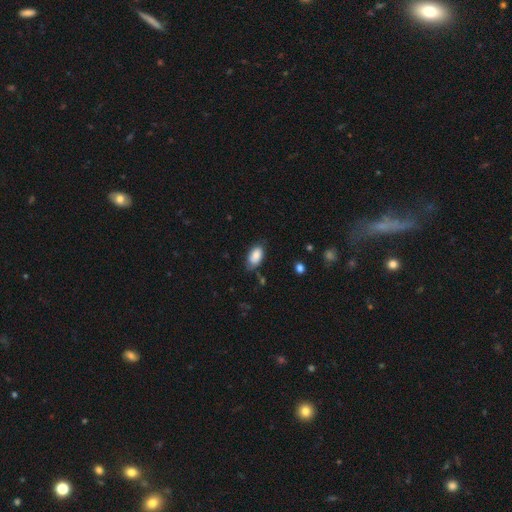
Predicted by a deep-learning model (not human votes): This is clearly a smooth galaxy (84%). How rounded: clearly in between (94%). Merging: likely none (67%).